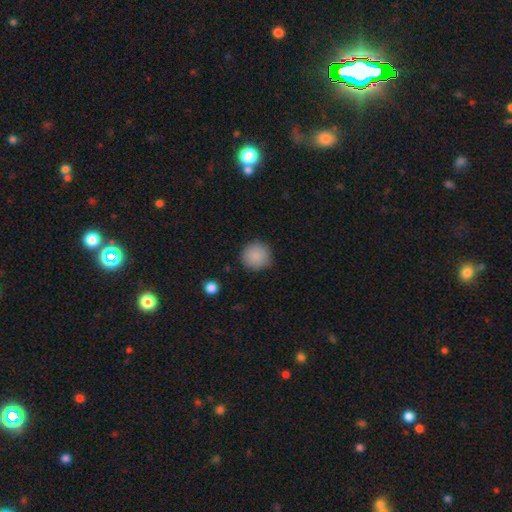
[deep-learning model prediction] Smooth or featured: smooth — 87% (star or artifact — 8%)
How rounded: round — 94% (in between — 5%)
Merging: none — 85% (minor disturbance — 11%)